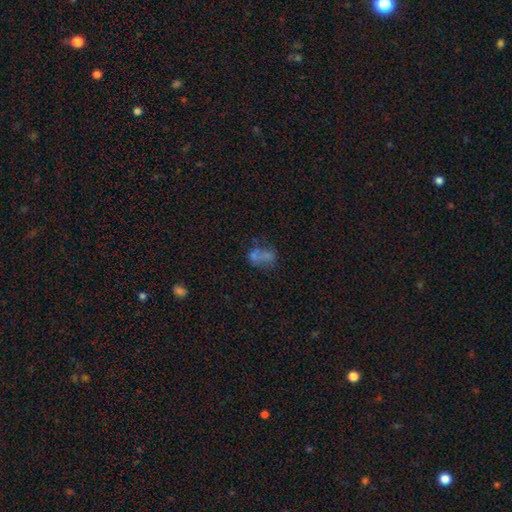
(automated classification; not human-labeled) This appears to be a smooth galaxy with no disk features (55%) that is in between round and cigar-shaped (66%). Merging: merger (44%).